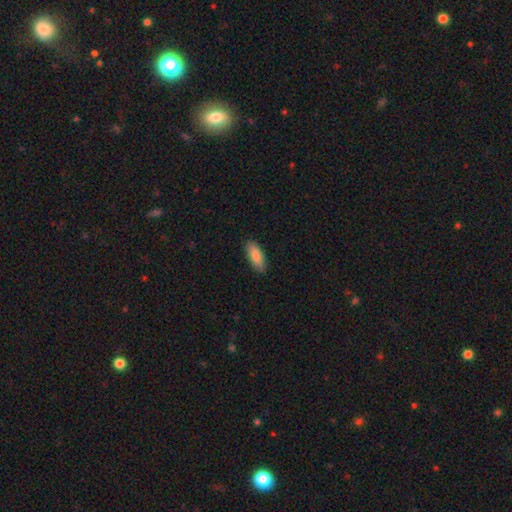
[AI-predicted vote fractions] A smooth galaxy with no disk features (86%) that is in between round and cigar-shaped (79%). Merging: none (88%).